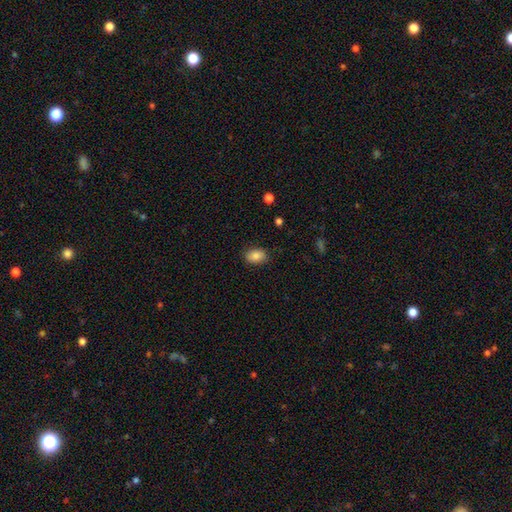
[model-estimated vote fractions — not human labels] smooth-or-featured: smooth: 85% | star or artifact: 8% | featured or disk: 7%
  how-rounded: in between: 83% | round: 16% | cigar-shaped: 1%
  merging: none: 86% | minor disturbance: 10% | major disturbance: 2% | merger: 1%